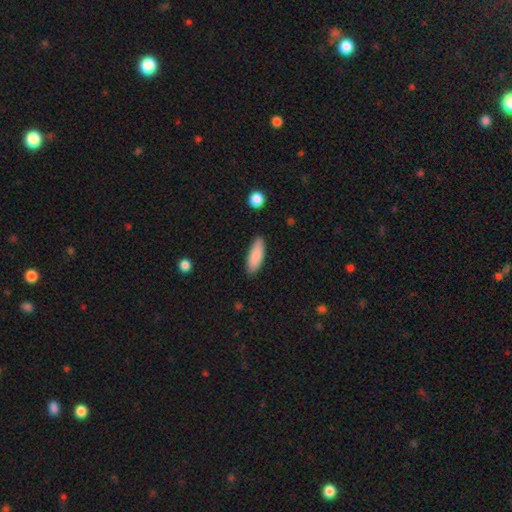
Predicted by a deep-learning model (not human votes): Overall: smooth (88%). How rounded: in between (64%; cigar-shaped 34%). Merging: none (84%).